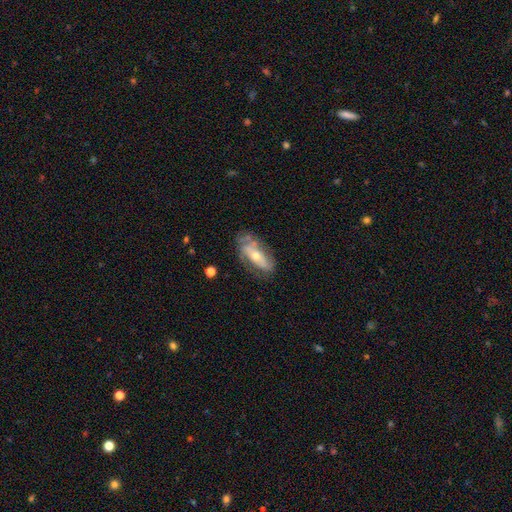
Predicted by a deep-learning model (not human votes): Q: Smooth or featured?
A: featured or disk (61%); runner-up: smooth (32%)
Q: Edge-on disk?
A: no (80%); runner-up: yes (20%)
Q: Merging?
A: none (59%); runner-up: minor disturbance (25%)